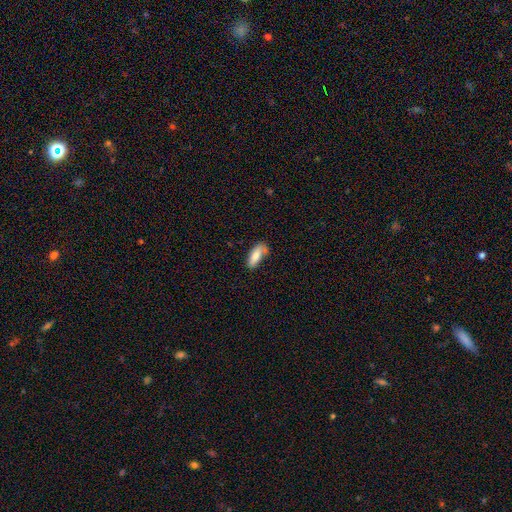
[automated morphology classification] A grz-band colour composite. It shows a smooth galaxy with no disk features (75%) that is in between round and cigar-shaped (78%). Merging: none (64%).